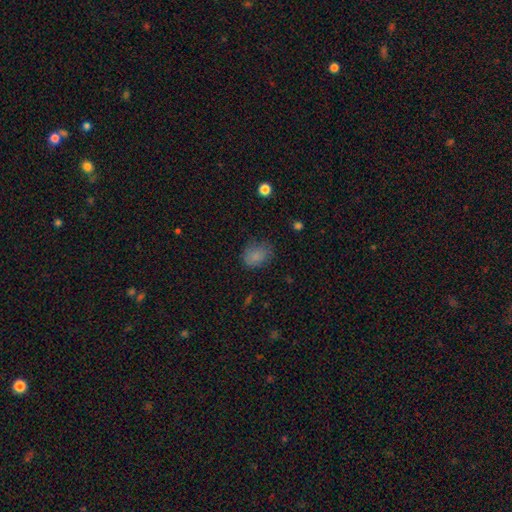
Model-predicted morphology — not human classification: A smooth galaxy with no disk features (81%) that is in between round and cigar-shaped (50%).

Vote fractions:
- Smooth or featured? smooth: 81% / star or artifact: 12% / featured or disk: 8%
- How rounded? in between: 50% / round: 49% / cigar-shaped: 1%
- Merging? none: 63% / minor disturbance: 26% / major disturbance: 9% / merger: 1%